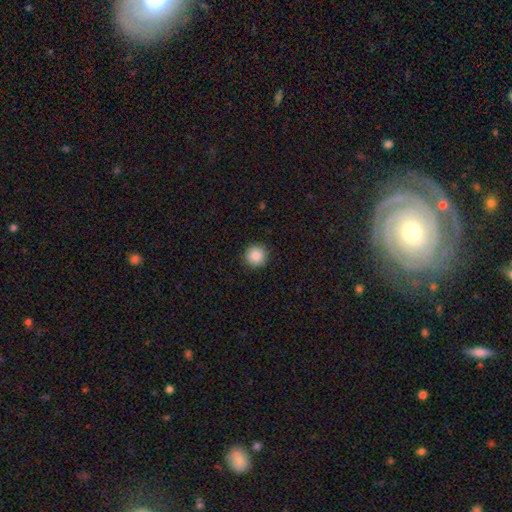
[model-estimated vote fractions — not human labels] Smooth or featured: smooth — 87% (star or artifact — 9%)
How rounded: round — 96% (in between — 4%)
Merging: none — 92% (minor disturbance — 5%)